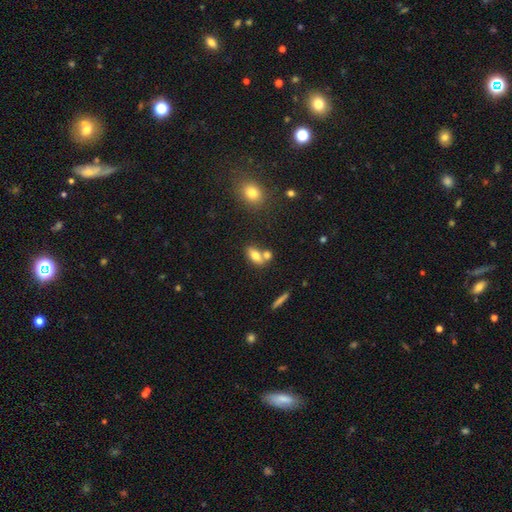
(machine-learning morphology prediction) Smooth or featured?
  - smooth: 72% *
  - featured or disk: 18%
  - star or artifact: 10%
How rounded?
  - in between: 81% *
  - cigar-shaped: 10%
  - round: 9%
Merging?
  - none: 46% *
  - merger: 40%
  - minor disturbance: 10%
  - major disturbance: 4%